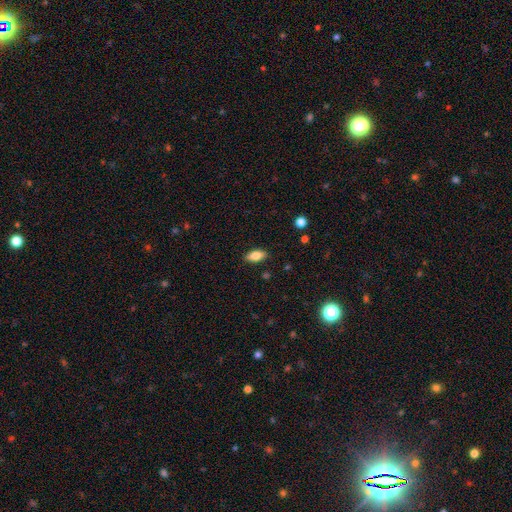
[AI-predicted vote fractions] Q: Smooth or featured?
A: smooth (78%); runner-up: featured or disk (15%)
Q: How rounded?
A: in between (87%); runner-up: cigar-shaped (10%)
Q: Merging?
A: none (87%); runner-up: minor disturbance (10%)